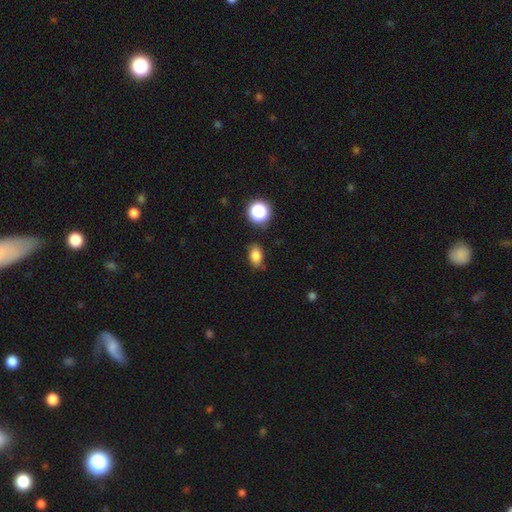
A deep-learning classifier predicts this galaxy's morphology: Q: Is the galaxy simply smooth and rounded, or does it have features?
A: smooth — 81%.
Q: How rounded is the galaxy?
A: in between — 82%.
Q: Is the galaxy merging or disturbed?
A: none — 79%.